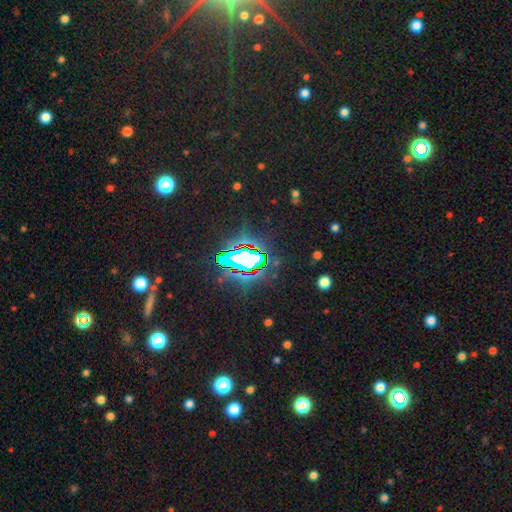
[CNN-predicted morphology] Smooth or featured?
  - star or artifact: 76% *
  - smooth: 14%
  - featured or disk: 10%